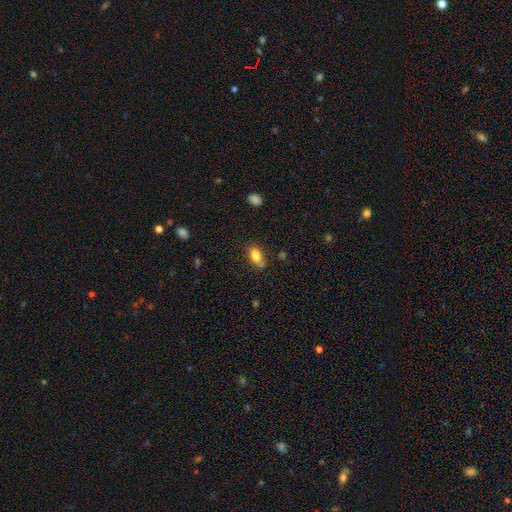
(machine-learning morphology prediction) This is likely a smooth galaxy (80%). How rounded: clearly in between (86%). Merging: likely none (65%).